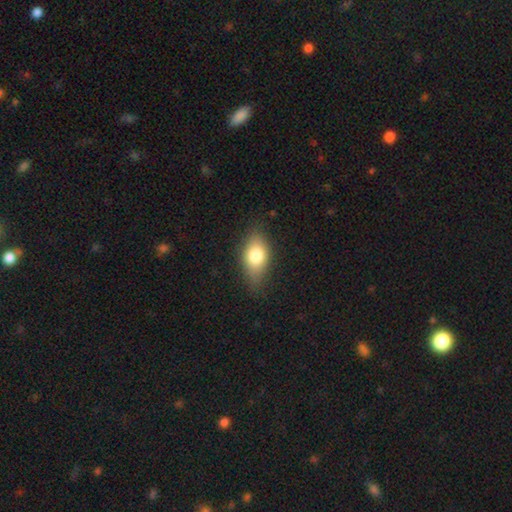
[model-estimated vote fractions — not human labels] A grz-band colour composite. It shows a smooth galaxy with no disk features (78%) that is in between round and cigar-shaped (86%). Merging: none (74%).